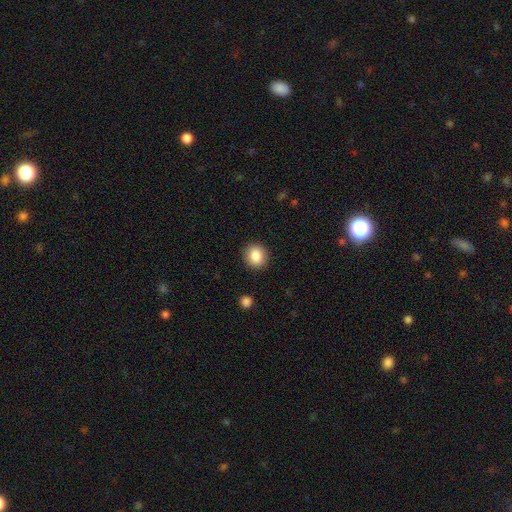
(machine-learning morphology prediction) A smooth galaxy with no disk features (86%) that is round (84%).

Vote fractions:
- Smooth or featured? smooth: 86% / star or artifact: 9% / featured or disk: 5%
- How rounded? round: 84% / in between: 15% / cigar-shaped: 1%
- Merging? none: 90% / minor disturbance: 6% / major disturbance: 2% / merger: 1%